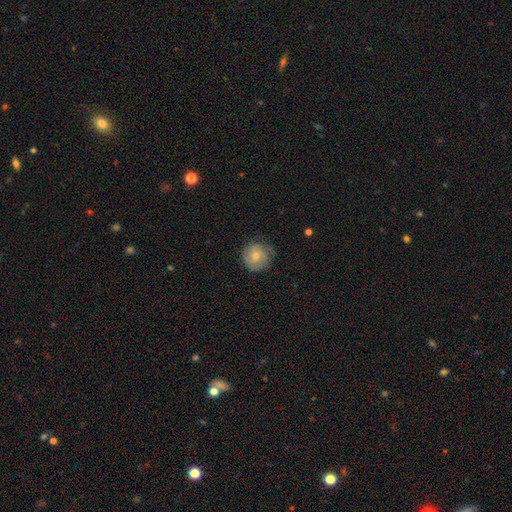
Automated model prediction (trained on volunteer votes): Q: Smooth or featured?
A: smooth (53%); runner-up: featured or disk (40%)
Q: How rounded?
A: round (92%); runner-up: in between (7%)
Q: Merging?
A: none (73%); runner-up: minor disturbance (21%)